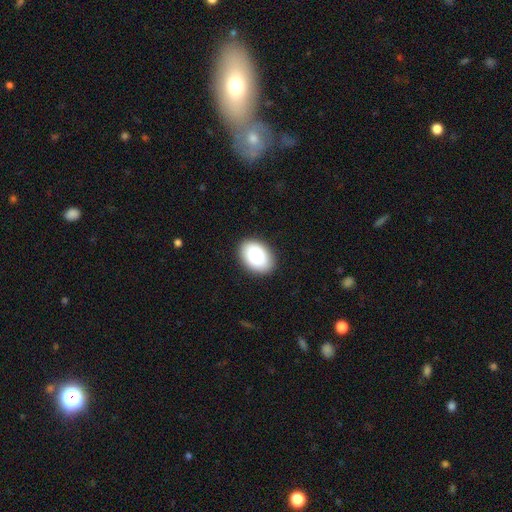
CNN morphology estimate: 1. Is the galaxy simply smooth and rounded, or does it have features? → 87% smooth, 6% featured or disk, 6% star or artifact.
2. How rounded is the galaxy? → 86% in between, 13% round, 1% cigar-shaped.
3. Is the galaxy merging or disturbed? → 89% none, 8% minor disturbance, 2% major disturbance, 1% merger.